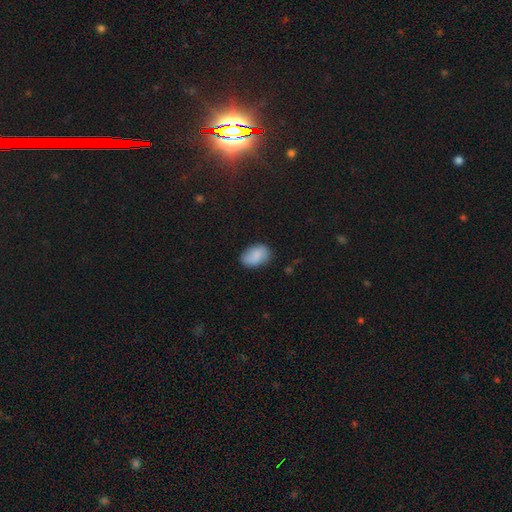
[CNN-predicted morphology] Q: Smooth or featured?
A: smooth (83%); runner-up: featured or disk (10%)
Q: How rounded?
A: in between (85%); runner-up: round (13%)
Q: Merging?
A: none (75%); runner-up: minor disturbance (19%)